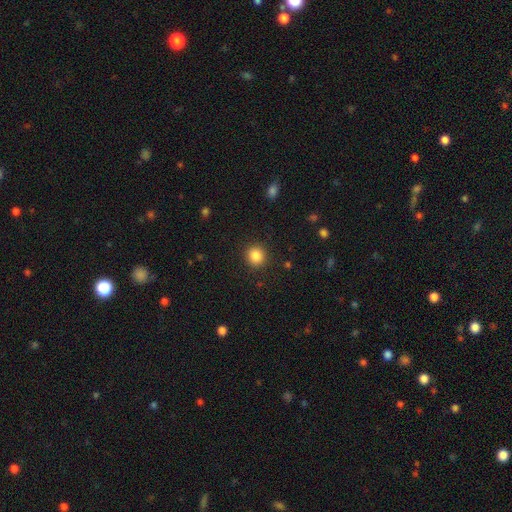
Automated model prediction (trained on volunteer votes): smooth 86%, star or artifact 10%, featured or disk 4%. Down the decision tree: how rounded — round (90%); merging — none (91%).